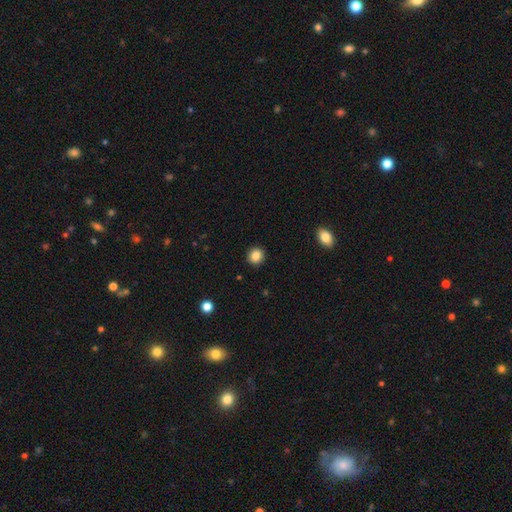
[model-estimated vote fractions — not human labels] smooth-or-featured: smooth: 85% | star or artifact: 10% | featured or disk: 5%
  how-rounded: round: 89% | in between: 10% | cigar-shaped: 1%
  merging: none: 92% | minor disturbance: 5% | major disturbance: 2% | merger: 1%